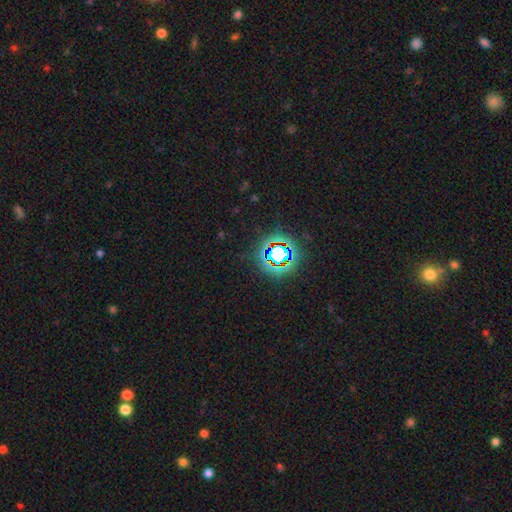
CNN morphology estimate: smooth-or-featured: star or artifact: 80% | smooth: 13% | featured or disk: 7%